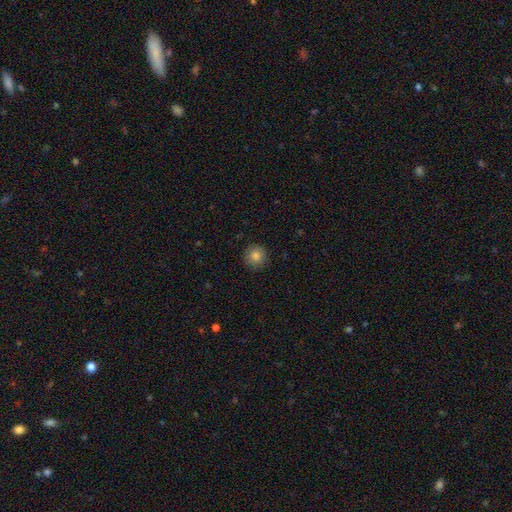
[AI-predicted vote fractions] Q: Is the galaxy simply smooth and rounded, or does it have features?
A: smooth — 84%.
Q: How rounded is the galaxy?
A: round — 95%.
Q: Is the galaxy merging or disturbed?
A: none — 90%.